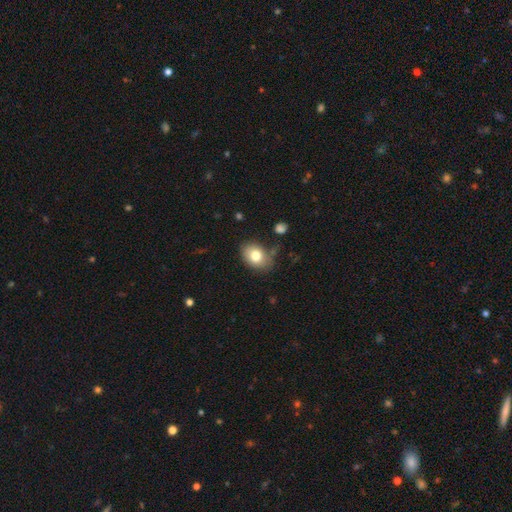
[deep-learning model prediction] Smooth or featured?
  - smooth: 78% *
  - featured or disk: 13%
  - star or artifact: 9%
How rounded?
  - in between: 72% *
  - round: 27%
  - cigar-shaped: 1%
Merging?
  - none: 73% *
  - minor disturbance: 18%
  - major disturbance: 5%
  - merger: 4%